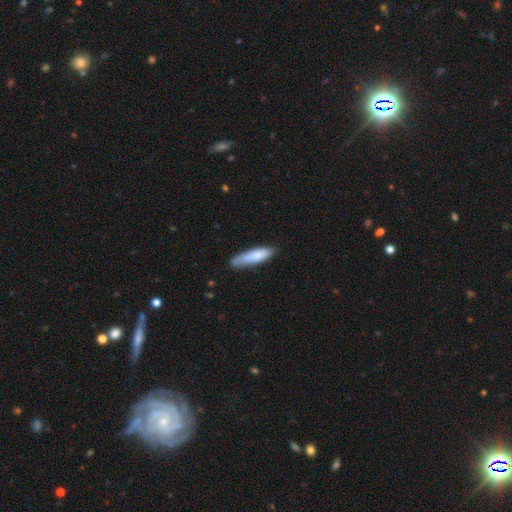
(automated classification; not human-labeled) Smooth or featured: smooth — 80% (featured or disk — 14%)
How rounded: cigar-shaped — 74% (in between — 24%)
Merging: none — 66% (minor disturbance — 26%)